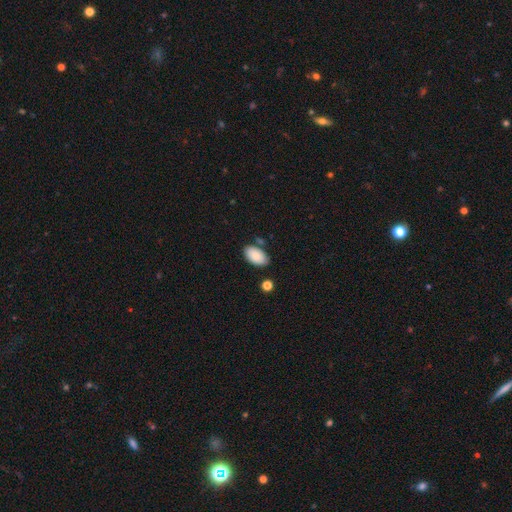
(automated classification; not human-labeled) This is clearly a smooth galaxy (85%). How rounded: clearly in between (95%). Merging: likely none (75%).